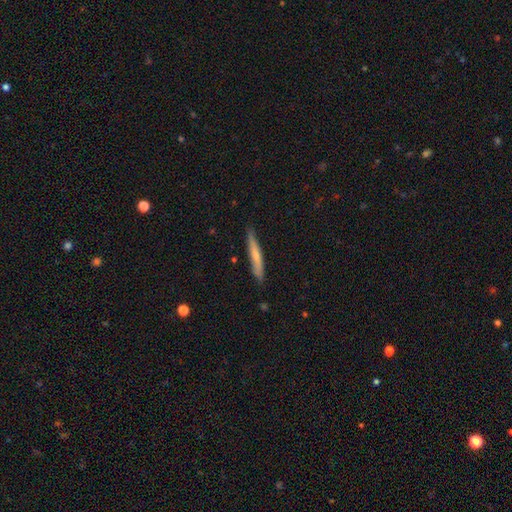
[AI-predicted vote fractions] smooth_or_featured: smooth (p=0.61) [alt: featured or disk p=0.34]
how_rounded: cigar-shaped (p=0.95) [alt: in between p=0.03]
merging: none (p=0.85) [alt: minor disturbance p=0.11]